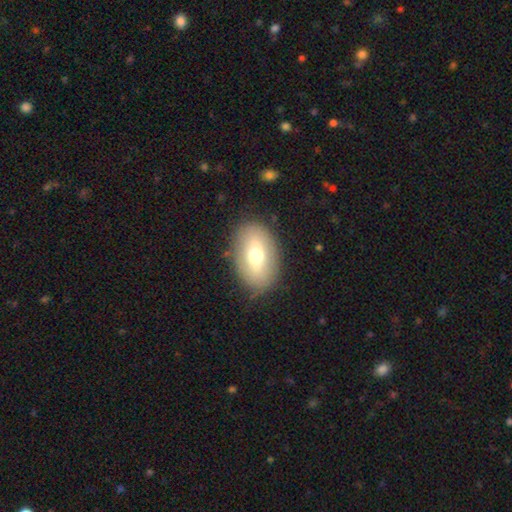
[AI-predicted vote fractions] Smooth or featured? smooth (61%)
How rounded? in between (87%)
Merging? none (84%)